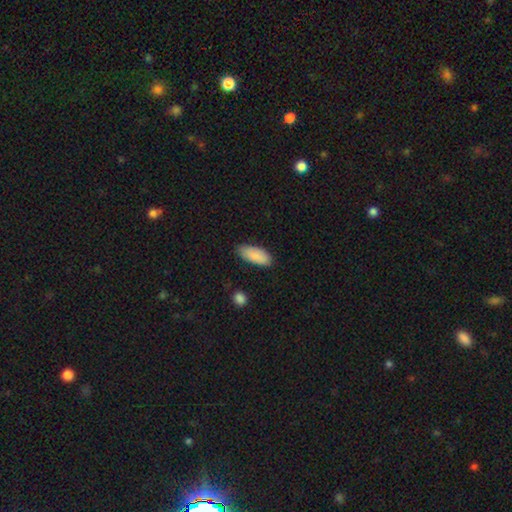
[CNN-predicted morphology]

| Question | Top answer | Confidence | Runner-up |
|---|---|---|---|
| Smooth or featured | smooth | 88% | star or artifact (6%) |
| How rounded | in between | 83% | cigar-shaped (15%) |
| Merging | none | 79% | minor disturbance (16%) |